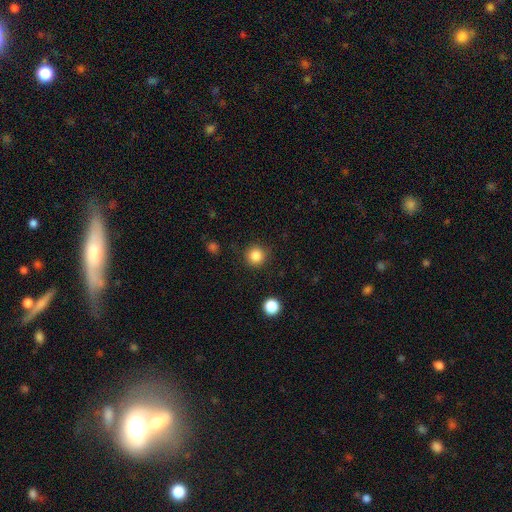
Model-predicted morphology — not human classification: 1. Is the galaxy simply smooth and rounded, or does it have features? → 85% smooth, 11% star or artifact, 4% featured or disk.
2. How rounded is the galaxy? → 95% round, 4% in between, 1% cigar-shaped.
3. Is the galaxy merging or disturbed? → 89% none, 7% minor disturbance, 3% major disturbance, 1% merger.